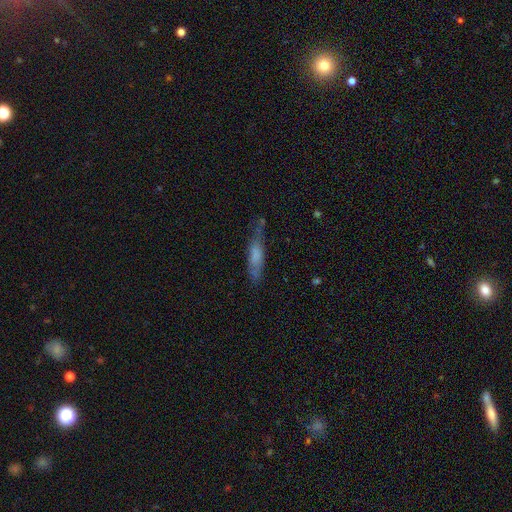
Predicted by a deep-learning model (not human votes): Smooth or featured? smooth (56%)
How rounded? cigar-shaped (75%)
Merging? none (56%)